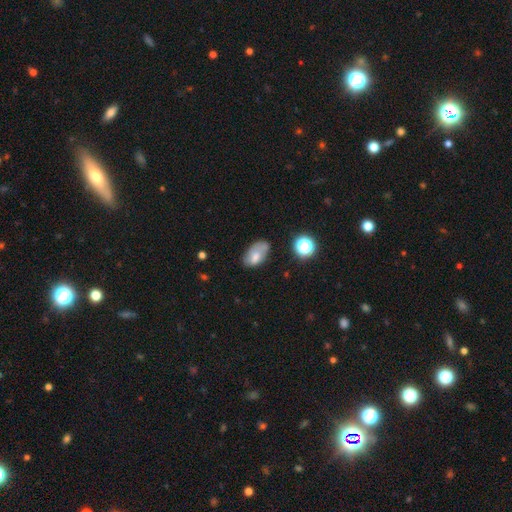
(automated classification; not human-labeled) Smooth or featured?
  - smooth: 68% *
  - featured or disk: 20%
  - star or artifact: 11%
How rounded?
  - in between: 90% *
  - round: 8%
  - cigar-shaped: 2%
Merging?
  - none: 47% *
  - minor disturbance: 31%
  - major disturbance: 12%
  - merger: 10%